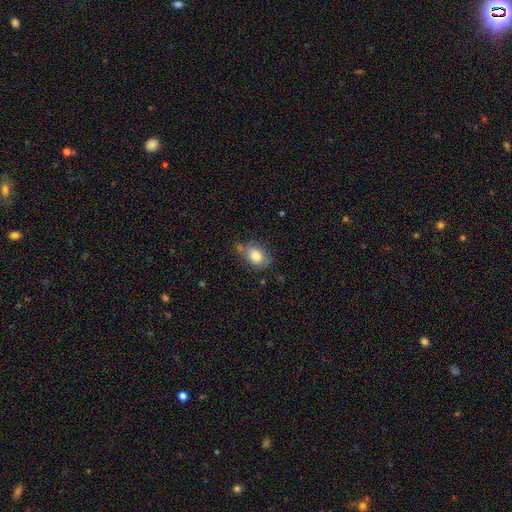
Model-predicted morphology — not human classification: This is clearly a smooth galaxy (82%). How rounded: likely in between (68%). Merging: likely none (61%).